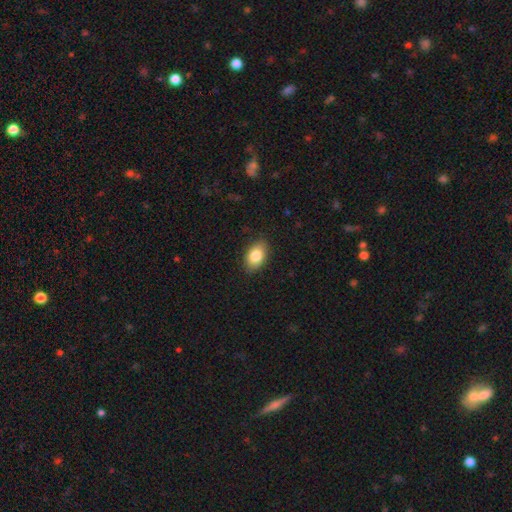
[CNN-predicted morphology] Smooth or featured: smooth — 84% (featured or disk — 9%)
How rounded: in between — 89% (round — 10%)
Merging: none — 85% (minor disturbance — 12%)